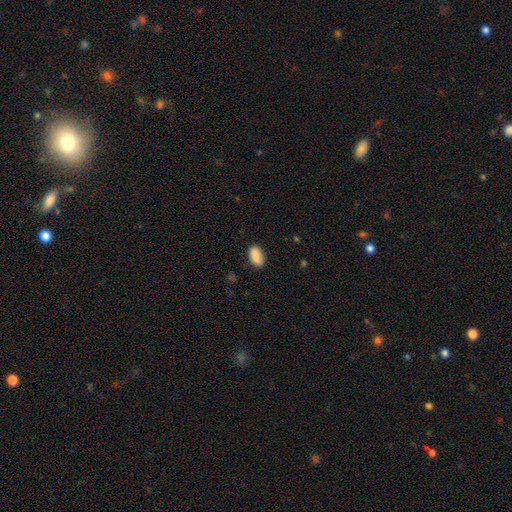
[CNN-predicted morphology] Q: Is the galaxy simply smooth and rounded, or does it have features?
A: smooth — 90%.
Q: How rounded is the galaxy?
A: in between — 93%.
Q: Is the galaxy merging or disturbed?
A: none — 85%.